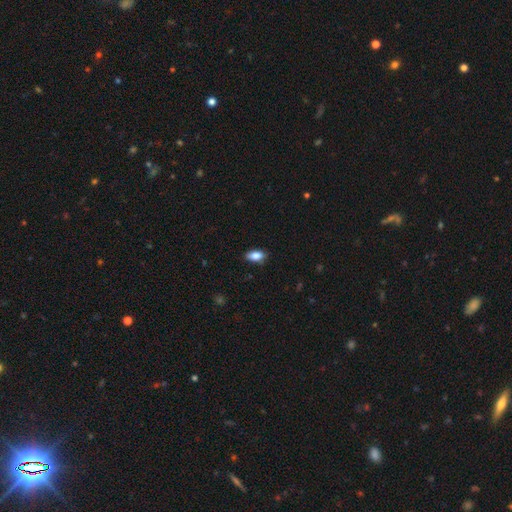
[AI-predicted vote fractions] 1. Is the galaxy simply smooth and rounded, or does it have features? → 85% smooth, 7% star or artifact, 7% featured or disk.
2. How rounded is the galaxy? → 90% in between, 6% cigar-shaped, 4% round.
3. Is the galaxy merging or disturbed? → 83% none, 14% minor disturbance, 2% major disturbance, 1% merger.